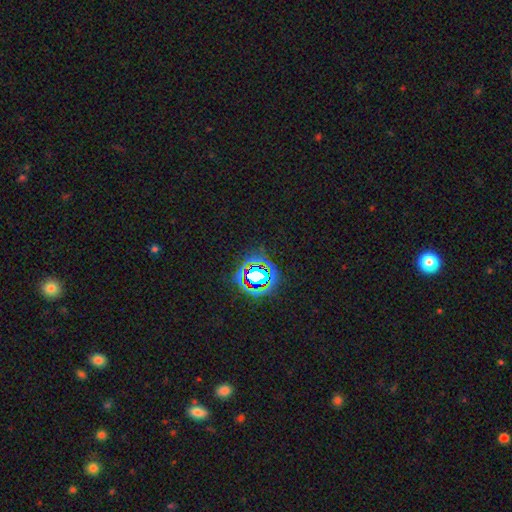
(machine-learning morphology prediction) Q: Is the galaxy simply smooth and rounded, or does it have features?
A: star or artifact — 78%.